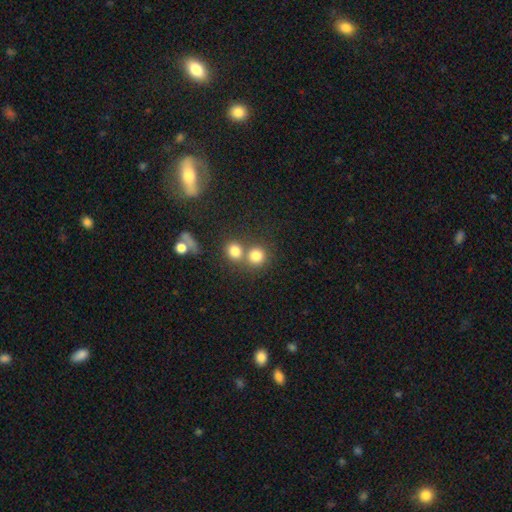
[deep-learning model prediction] A smooth galaxy with no disk features (79%) that is round (87%).

Vote fractions:
- Smooth or featured? smooth: 79% / star or artifact: 13% / featured or disk: 8%
- How rounded? round: 87% / in between: 12% / cigar-shaped: 1%
- Merging? none: 51% / merger: 39% / minor disturbance: 7% / major disturbance: 3%